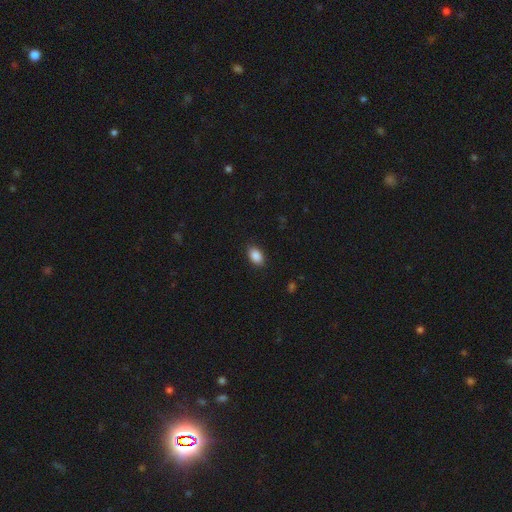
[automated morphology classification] smooth 89%, star or artifact 8%, featured or disk 3%. Down the decision tree: how rounded — in between (89%); merging — none (88%).